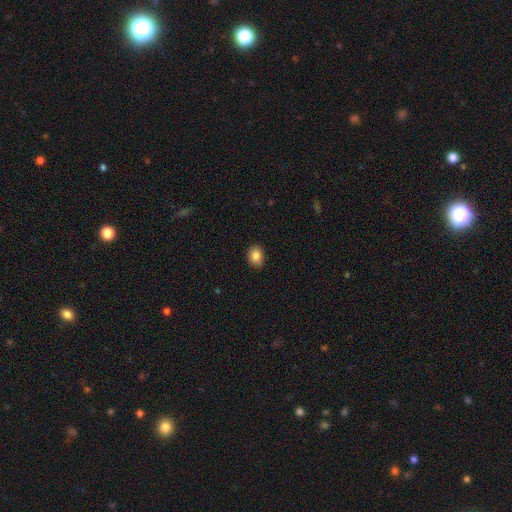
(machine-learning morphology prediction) A smooth galaxy with no disk features (86%) that is in between round and cigar-shaped (53%).

Vote fractions:
- Smooth or featured? smooth: 86% / star or artifact: 9% / featured or disk: 5%
- How rounded? in between: 53% / round: 46% / cigar-shaped: 1%
- Merging? none: 85% / minor disturbance: 12% / major disturbance: 2% / merger: 1%